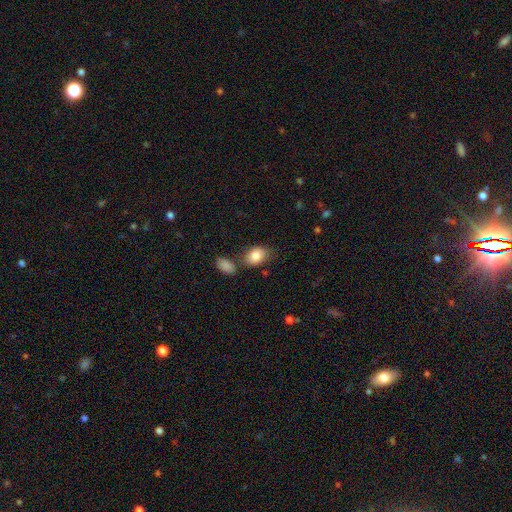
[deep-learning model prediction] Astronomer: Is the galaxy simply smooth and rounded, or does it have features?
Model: smooth — 85%.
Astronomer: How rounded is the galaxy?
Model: in between — 85%.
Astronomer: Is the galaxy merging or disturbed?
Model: none — 63%.